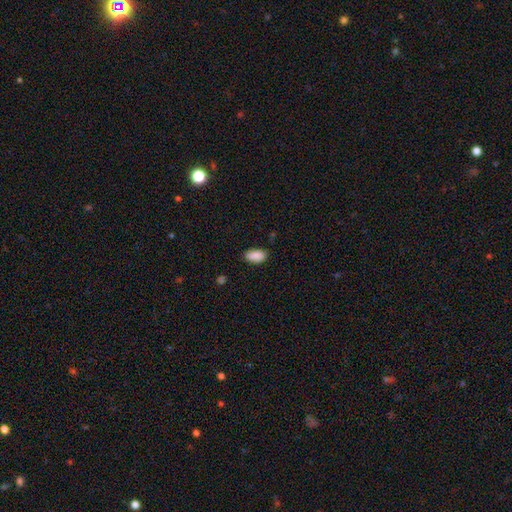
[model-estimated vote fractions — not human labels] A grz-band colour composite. It shows a smooth galaxy with no disk features (89%) that is in between round and cigar-shaped (93%). Merging: none (80%).